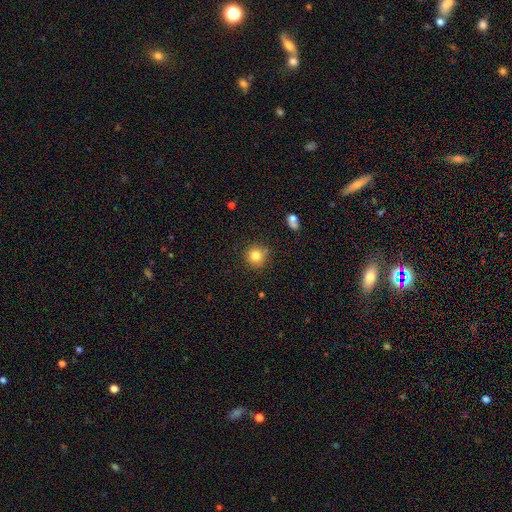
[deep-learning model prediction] This appears to be a smooth galaxy with no disk features (82%) that is round (92%). Merging: none (82%).